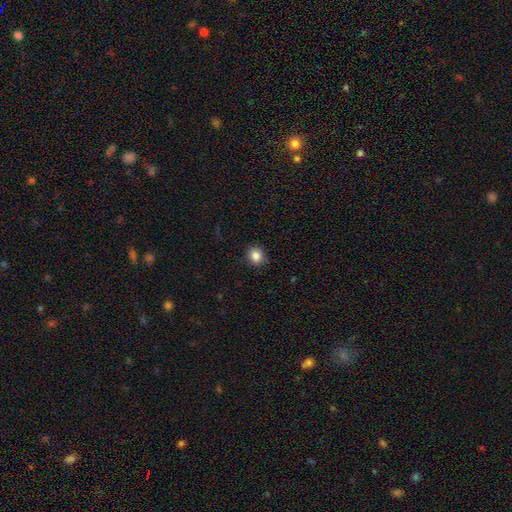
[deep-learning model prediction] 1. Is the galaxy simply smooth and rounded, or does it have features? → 86% smooth, 10% star or artifact, 4% featured or disk.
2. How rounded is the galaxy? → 78% round, 21% in between, 1% cigar-shaped.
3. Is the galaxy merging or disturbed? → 91% none, 6% minor disturbance, 2% major disturbance, 1% merger.